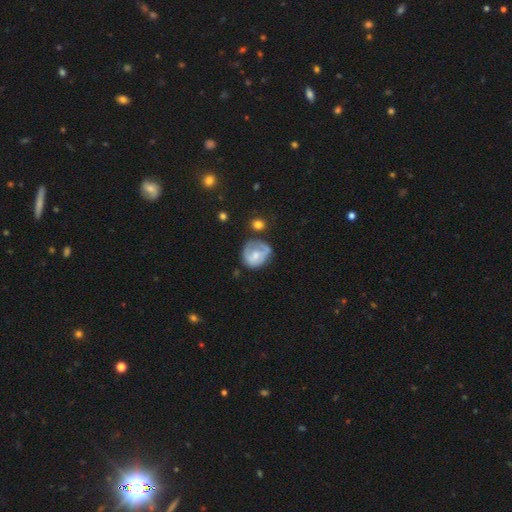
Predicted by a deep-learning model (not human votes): The model was most divided on "smooth or featured": smooth: 48%, featured or disk: 44%, star or artifact: 7%. Remaining: merging — none (43%).